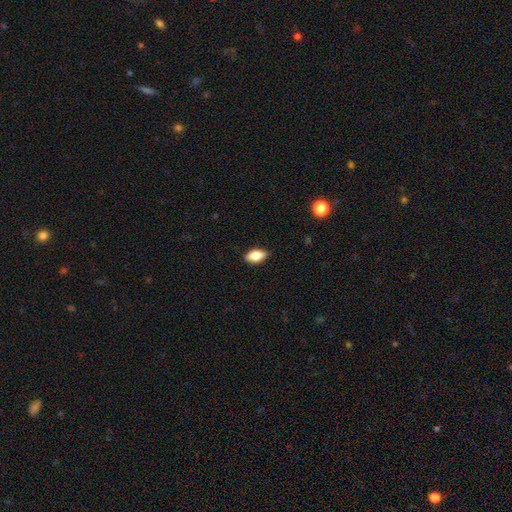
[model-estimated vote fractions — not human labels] Smooth or featured: smooth — 80% (featured or disk — 13%)
How rounded: in between — 89% (cigar-shaped — 7%)
Merging: none — 85% (minor disturbance — 12%)